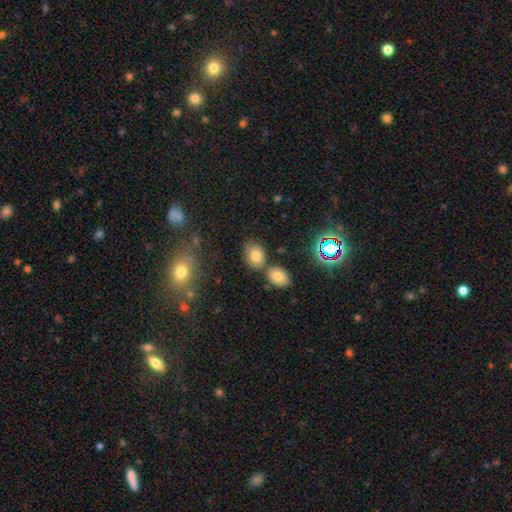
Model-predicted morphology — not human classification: Smooth or featured? smooth (75%)
How rounded? in between (66%)
Merging? none (62%)